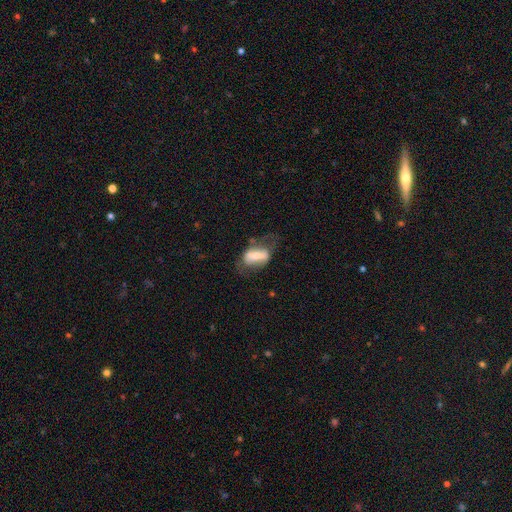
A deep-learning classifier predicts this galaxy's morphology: Smooth or featured? featured or disk (49%)
Merging? none (41%)